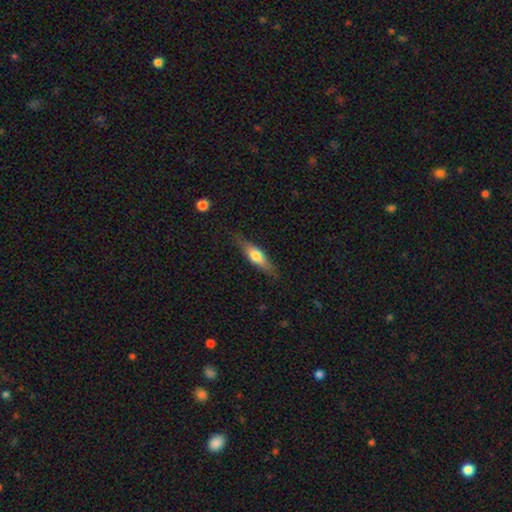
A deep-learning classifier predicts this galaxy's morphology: Smooth or featured? smooth (59%)
How rounded? cigar-shaped (57%)
Merging? none (79%)